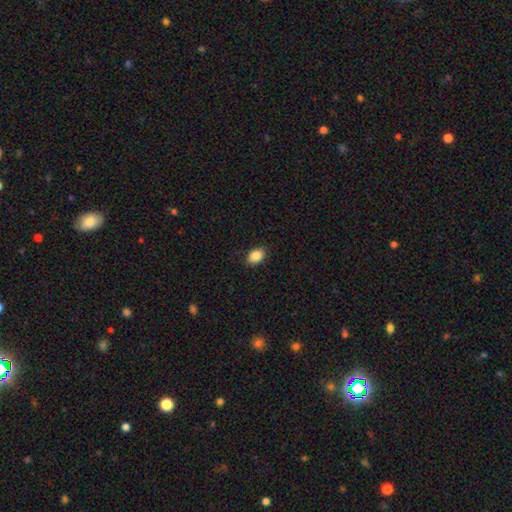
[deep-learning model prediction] smooth-or-featured: smooth: 88% | star or artifact: 8% | featured or disk: 4%
  how-rounded: in between: 80% | round: 19% | cigar-shaped: 1%
  merging: none: 87% | minor disturbance: 9% | major disturbance: 2% | merger: 1%